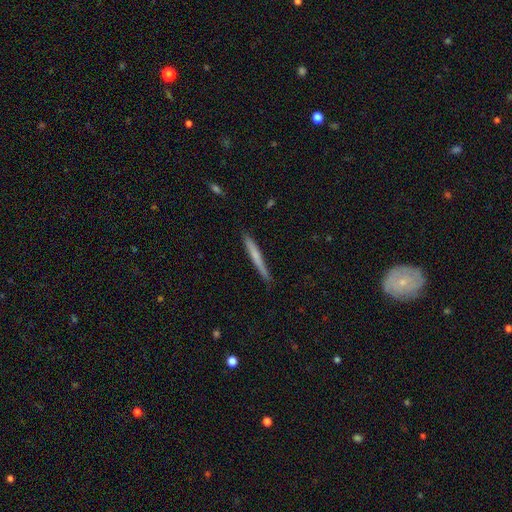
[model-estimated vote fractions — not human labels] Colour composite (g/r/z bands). It shows a smooth galaxy with no disk features (60%) that is cigar-shaped (97%). Merging: none (86%).